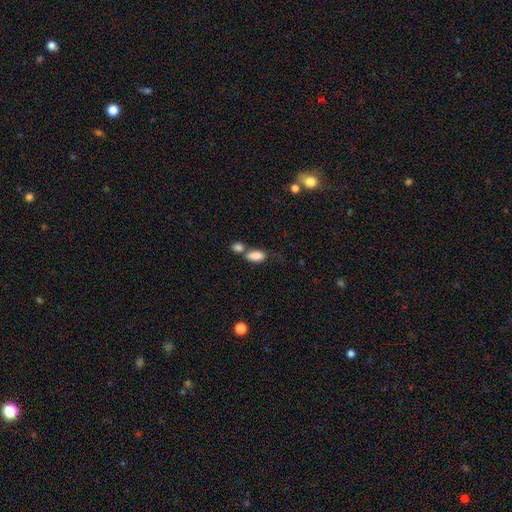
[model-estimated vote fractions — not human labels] The model was most divided on "merging": merger: 47%, none: 34%, minor disturbance: 13%, major disturbance: 7%. More confident: how rounded — in between (89%); smooth or featured — smooth (85%).